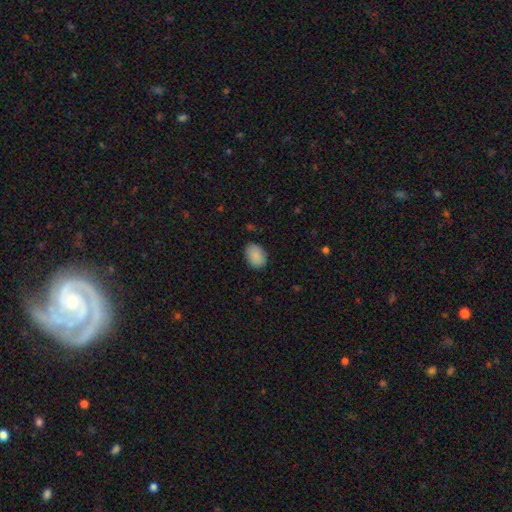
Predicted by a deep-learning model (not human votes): Q: Smooth or featured?
A: smooth (89%); runner-up: star or artifact (7%)
Q: How rounded?
A: in between (79%); runner-up: round (20%)
Q: Merging?
A: none (84%); runner-up: minor disturbance (12%)